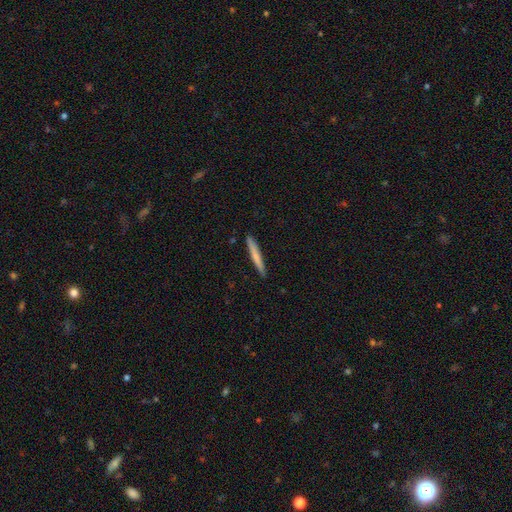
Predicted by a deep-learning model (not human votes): The model was most divided on "smooth or featured": smooth: 70%, featured or disk: 24%, star or artifact: 5%. More confident: how rounded — cigar-shaped (96%); merging — none (91%).